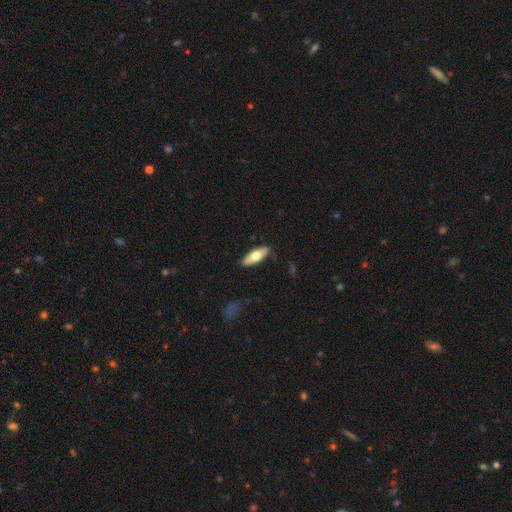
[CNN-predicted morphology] Smooth or featured: smooth — 63% (featured or disk — 31%)
How rounded: in between — 67% (cigar-shaped — 30%)
Merging: none — 87% (minor disturbance — 10%)